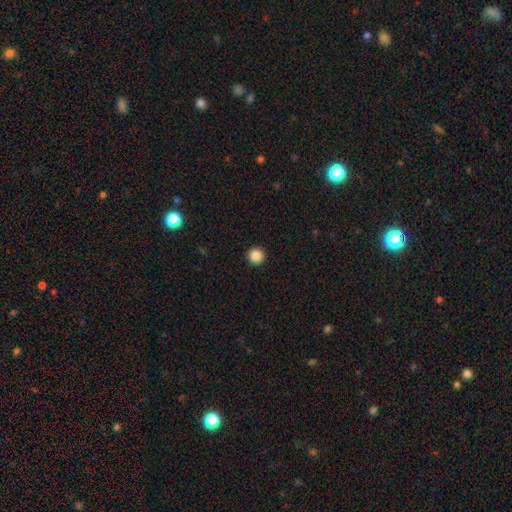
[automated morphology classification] This appears to be a smooth galaxy with no disk features (87%) that is round (96%). Merging: none (94%).